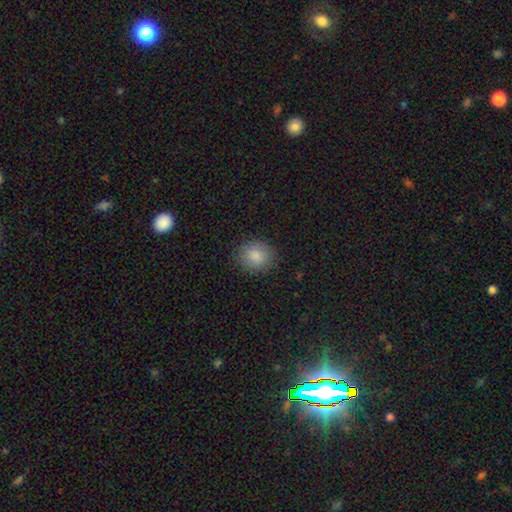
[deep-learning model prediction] Smooth or featured? smooth (86%)
How rounded? round (75%)
Merging? none (86%)